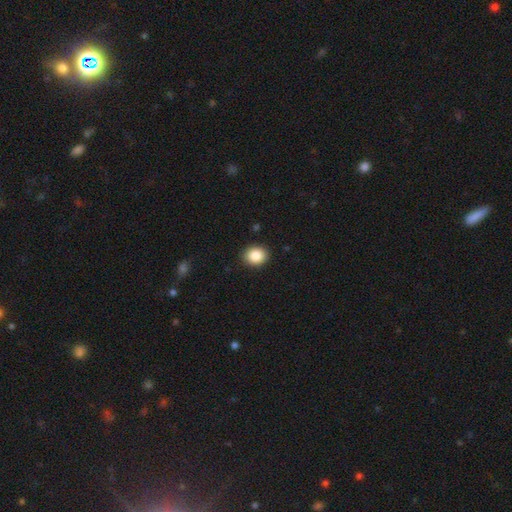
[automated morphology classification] smooth_or_featured: smooth (p=0.87) [alt: star or artifact p=0.08]
how_rounded: round (p=0.59) [alt: in between p=0.40]
merging: none (p=0.90) [alt: minor disturbance p=0.07]